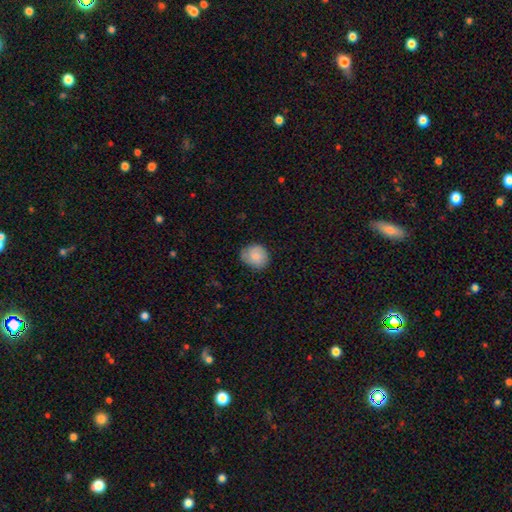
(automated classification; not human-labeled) A smooth galaxy with no disk features (81%) that is round (73%). Merging: none (73%).